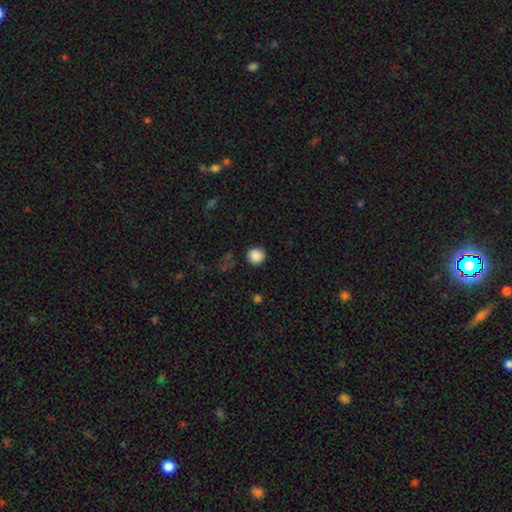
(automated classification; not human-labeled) smooth_or_featured: smooth (p=0.87) [alt: star or artifact p=0.10]
how_rounded: round (p=0.92) [alt: in between p=0.07]
merging: none (p=0.86) [alt: minor disturbance p=0.09]